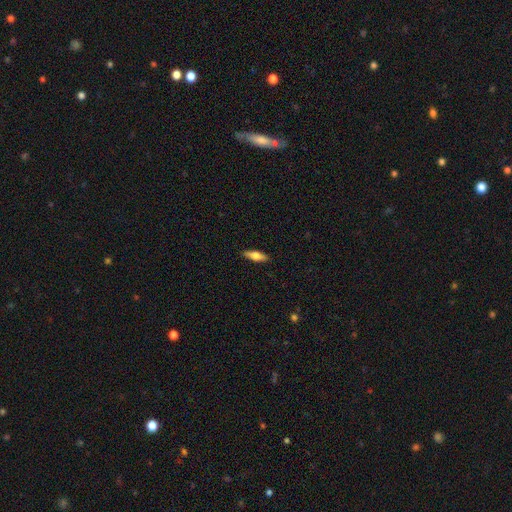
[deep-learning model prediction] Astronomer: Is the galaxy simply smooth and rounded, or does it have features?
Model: smooth — 61%.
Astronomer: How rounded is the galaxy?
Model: cigar-shaped — 49%, tied with in between at 49%.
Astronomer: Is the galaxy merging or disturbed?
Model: none — 88%.